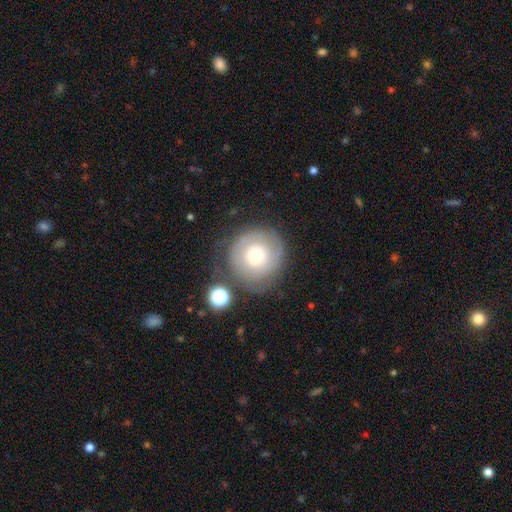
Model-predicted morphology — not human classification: This is possibly a smooth galaxy (51%). How rounded: clearly round (93%). Merging: likely none (66%).